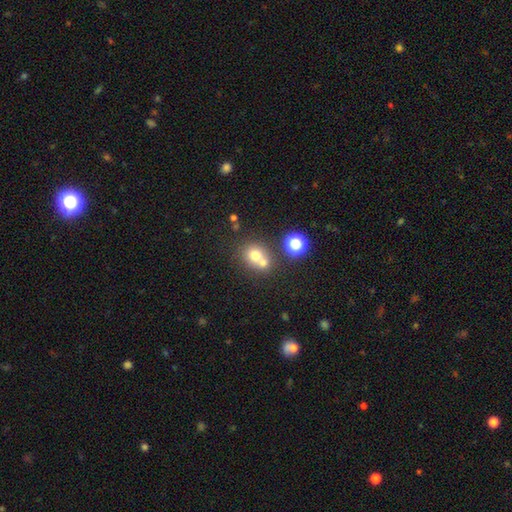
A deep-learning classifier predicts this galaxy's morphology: Smooth or featured?
  - smooth: 69% *
  - star or artifact: 15%
  - featured or disk: 15%
How rounded?
  - round: 77% *
  - in between: 22%
  - cigar-shaped: 1%
Merging?
  - merger: 48% *
  - none: 41%
  - minor disturbance: 7%
  - major disturbance: 3%